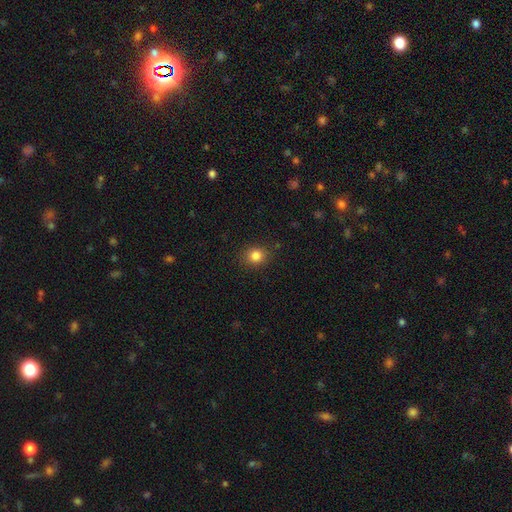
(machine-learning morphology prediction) Smooth or featured?
  - smooth: 83% *
  - star or artifact: 12%
  - featured or disk: 5%
How rounded?
  - round: 72% *
  - in between: 27%
  - cigar-shaped: 1%
Merging?
  - none: 88% *
  - minor disturbance: 9%
  - major disturbance: 3%
  - merger: 1%